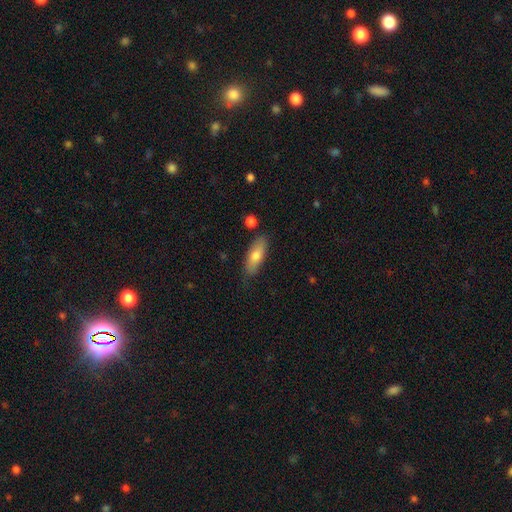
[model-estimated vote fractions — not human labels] Smooth or featured? Predicted: smooth (p=0.74). How rounded? Predicted: in between (p=0.70). Merging? Predicted: none (p=0.80).